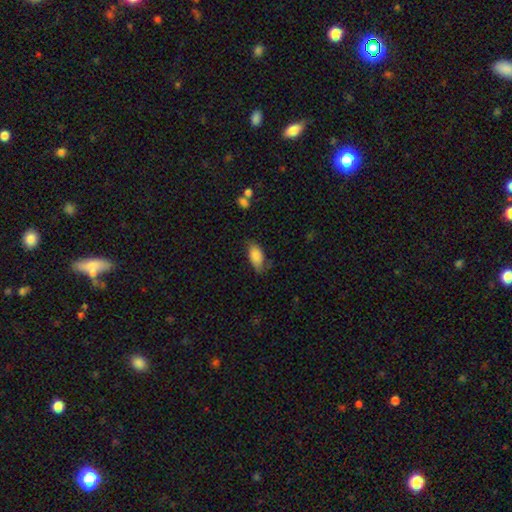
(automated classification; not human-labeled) smooth_or_featured: smooth (p=0.80) [alt: featured or disk p=0.13]
how_rounded: in between (p=0.92) [alt: cigar-shaped p=0.05]
merging: none (p=0.56) [alt: minor disturbance p=0.32]